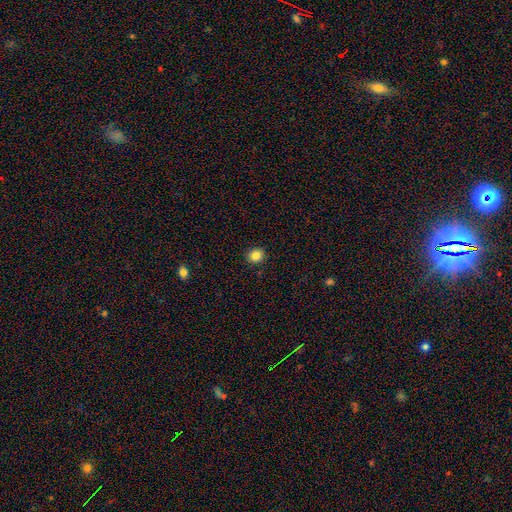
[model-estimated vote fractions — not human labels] smooth_or_featured: smooth (p=0.84) [alt: star or artifact p=0.11]
how_rounded: round (p=0.86) [alt: in between p=0.13]
merging: none (p=0.92) [alt: minor disturbance p=0.06]